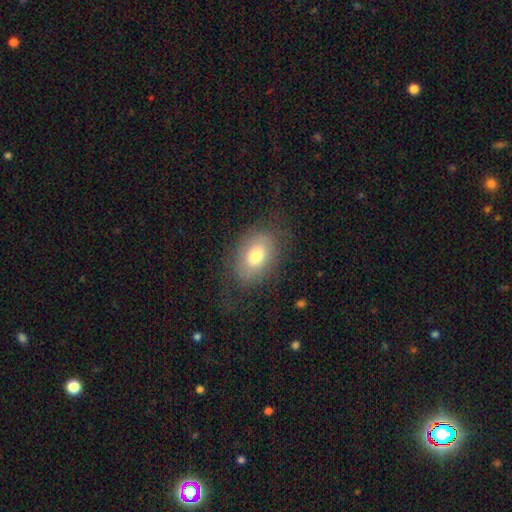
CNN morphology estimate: smooth_or_featured: smooth (p=0.65) [alt: featured or disk p=0.27]
how_rounded: in between (p=0.82) [alt: round p=0.16]
merging: none (p=0.70) [alt: minor disturbance p=0.18]